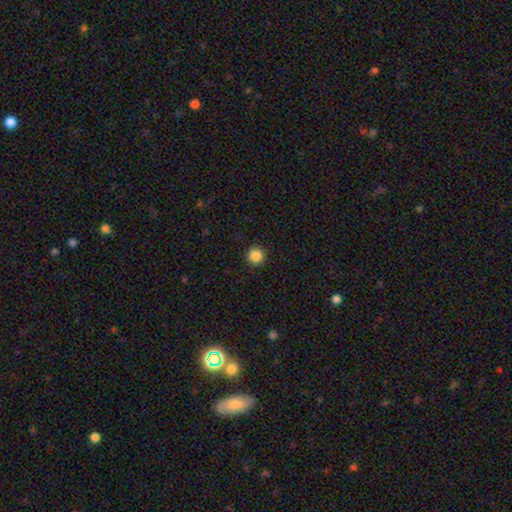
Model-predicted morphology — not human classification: smooth 86%, star or artifact 10%, featured or disk 3%. Down the decision tree: how rounded — round (96%); merging — none (93%).